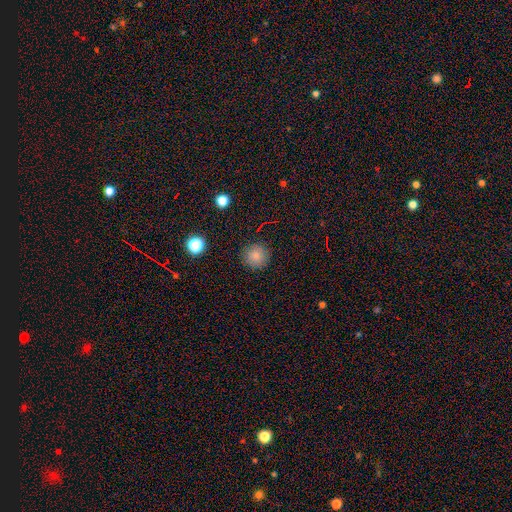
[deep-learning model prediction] smooth_or_featured: smooth (p=0.82) [alt: star or artifact p=0.12]
how_rounded: round (p=0.94) [alt: in between p=0.05]
merging: none (p=0.89) [alt: minor disturbance p=0.07]